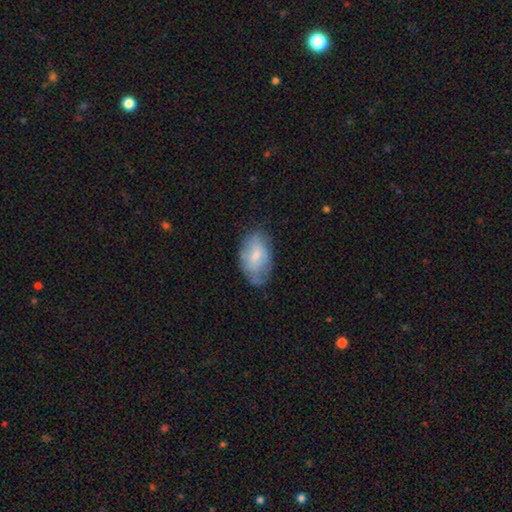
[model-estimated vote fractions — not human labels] This is likely a smooth galaxy (63%). How rounded: clearly in between (90%). Merging: possibly none (56%).